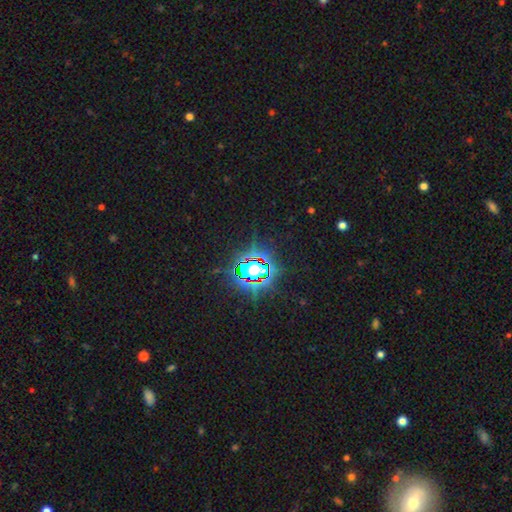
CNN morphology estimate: smooth_or_featured: star or artifact (p=0.82) [alt: smooth p=0.10]